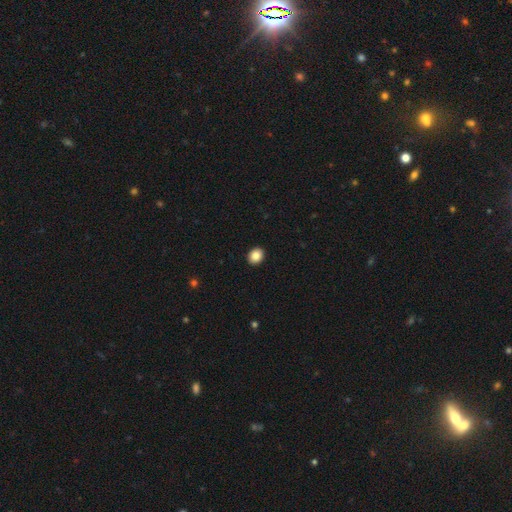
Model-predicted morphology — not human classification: smooth_or_featured: smooth (p=0.86) [alt: star or artifact p=0.09]
how_rounded: round (p=0.56) [alt: in between p=0.43]
merging: none (p=0.92) [alt: minor disturbance p=0.05]